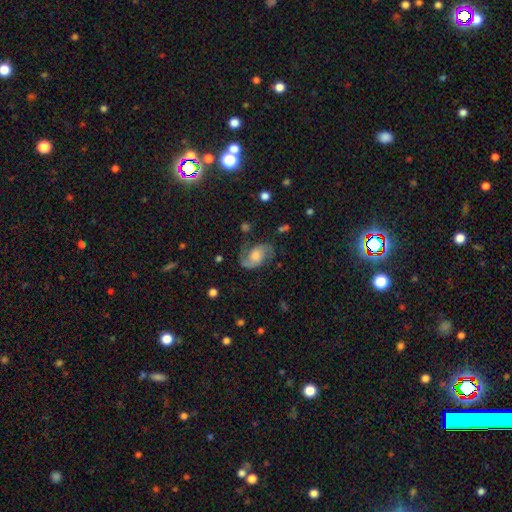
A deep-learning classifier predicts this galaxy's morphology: Q: Smooth or featured?
A: featured or disk (83%); runner-up: smooth (9%)
Q: Edge-on disk?
A: no (98%); runner-up: yes (2%)
Q: Bar?
A: no (58%); runner-up: weak (34%)
Q: Spiral arms?
A: yes (96%); runner-up: no (4%)
Q: Spiral winding?
A: medium (54%); runner-up: loose (28%)
Q: Spiral arm count?
A: 2 (91%); runner-up: 1 (3%)
Q: Bulge size?
A: moderate (51%); runner-up: small (25%)
Q: Merging?
A: none (76%); runner-up: minor disturbance (15%)